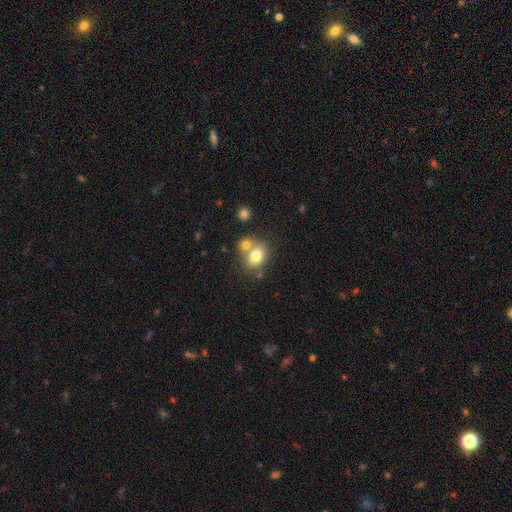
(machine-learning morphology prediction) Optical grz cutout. It shows a smooth galaxy with no disk features (77%) that is in between round and cigar-shaped (52%). Merging: none (44%).